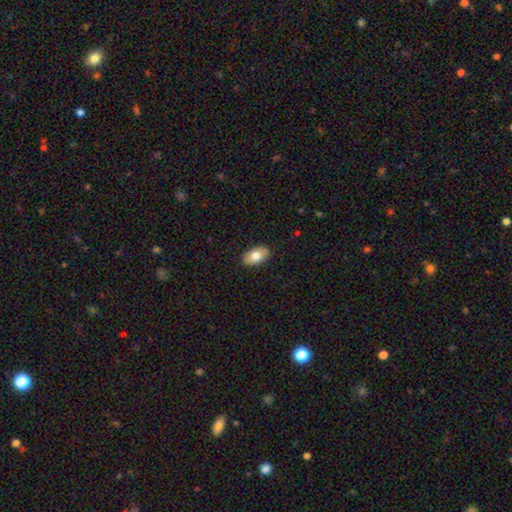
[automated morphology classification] smooth_or_featured: smooth (p=0.76) [alt: featured or disk p=0.18]
how_rounded: in between (p=0.93) [alt: round p=0.05]
merging: none (p=0.89) [alt: minor disturbance p=0.08]